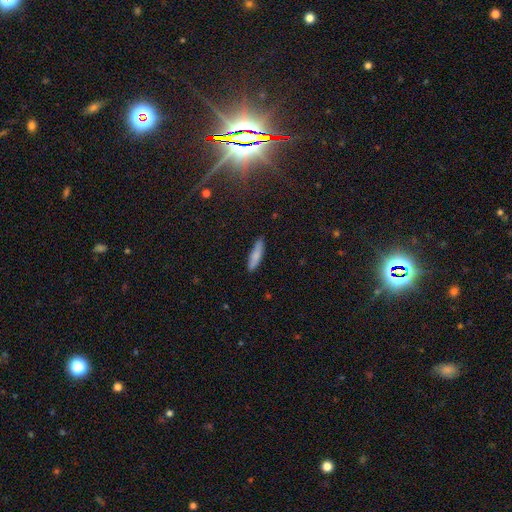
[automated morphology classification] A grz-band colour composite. It shows a smooth galaxy with no disk features (81%) that is cigar-shaped (78%). Merging: none (87%).